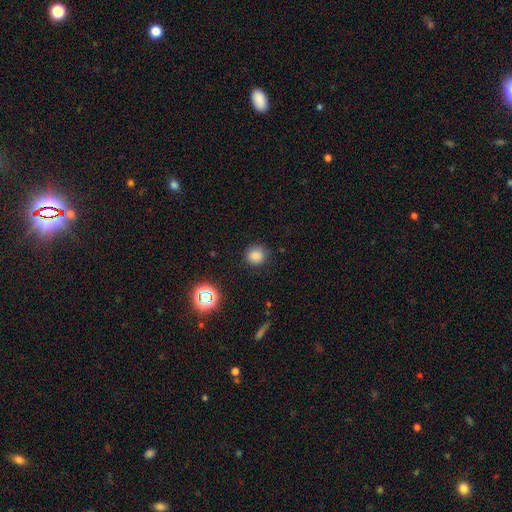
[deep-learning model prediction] Q: Smooth or featured?
A: smooth (83%); runner-up: star or artifact (14%)
Q: How rounded?
A: round (86%); runner-up: in between (13%)
Q: Merging?
A: none (86%); runner-up: minor disturbance (10%)